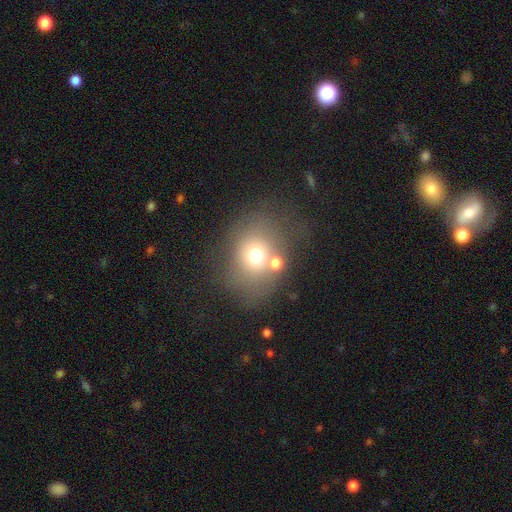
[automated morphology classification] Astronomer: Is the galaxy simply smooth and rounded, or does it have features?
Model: smooth — 66%.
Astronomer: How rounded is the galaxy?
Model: round — 58% (runner-up: in between, 41%).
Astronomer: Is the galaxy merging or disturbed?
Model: none — 54%.